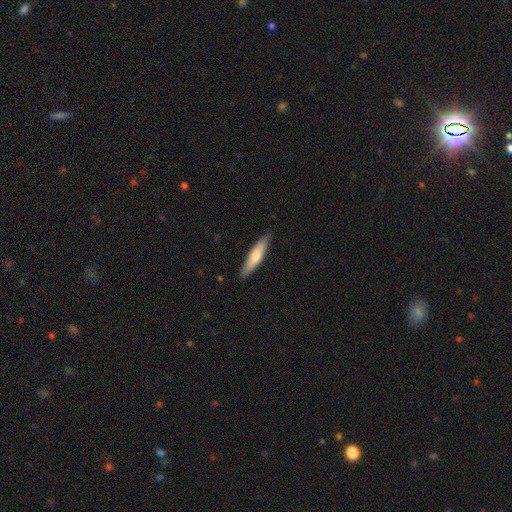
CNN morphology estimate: Overall: smooth (67%; featured or disk 28%). How rounded: cigar-shaped (81%). Merging: none (87%).